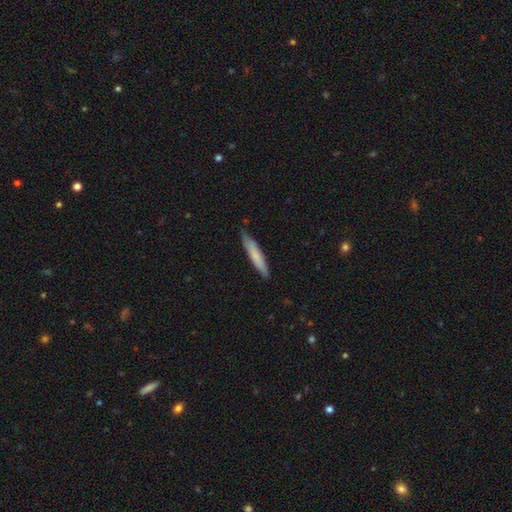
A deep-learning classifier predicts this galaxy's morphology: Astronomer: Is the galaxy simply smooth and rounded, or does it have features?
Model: smooth — 72%.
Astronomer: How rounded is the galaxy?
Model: cigar-shaped — 92%.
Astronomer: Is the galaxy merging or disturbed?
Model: none — 84%.